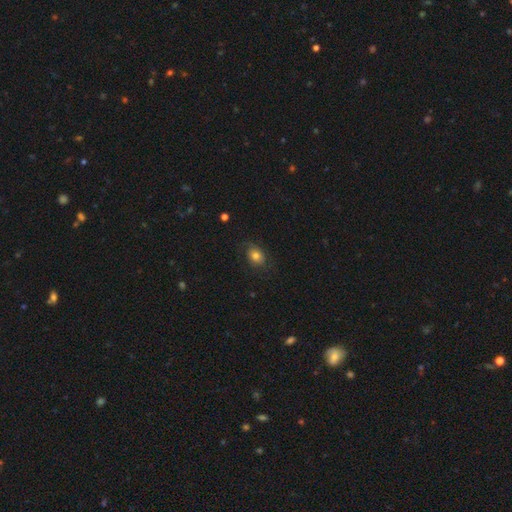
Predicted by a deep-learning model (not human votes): Smooth or featured? Predicted: smooth (p=0.66). How rounded? Predicted: in between (p=0.57). Merging? Predicted: none (p=0.68).